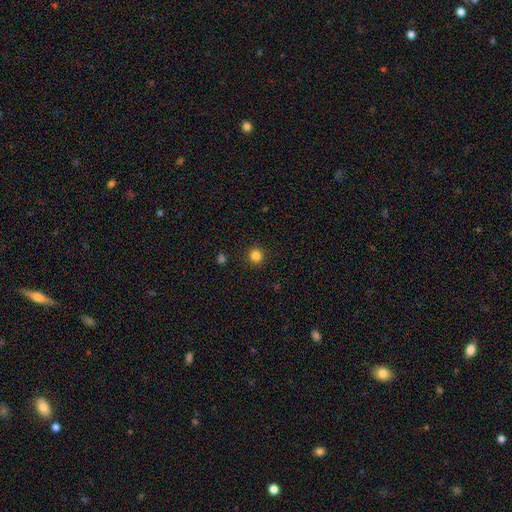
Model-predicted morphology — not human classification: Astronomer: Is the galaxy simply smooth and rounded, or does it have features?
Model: smooth — 84%.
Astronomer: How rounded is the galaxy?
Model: round — 91%.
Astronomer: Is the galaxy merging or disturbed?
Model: none — 91%.